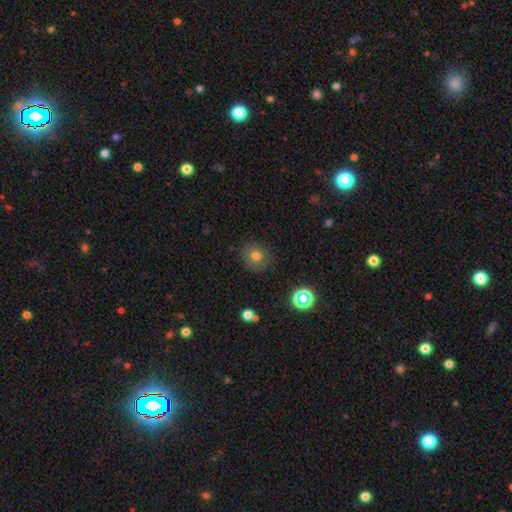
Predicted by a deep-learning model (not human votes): A smooth galaxy with no disk features (73%) that is round (87%). Merging: none (85%).